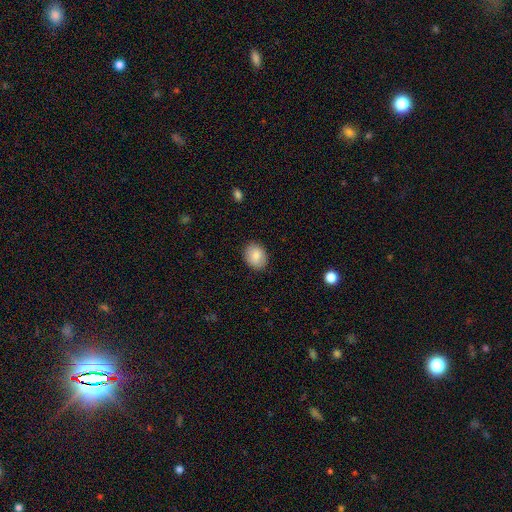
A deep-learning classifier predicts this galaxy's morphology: type=smooth (85%); roundness=in between (56%); merging=none (88%).